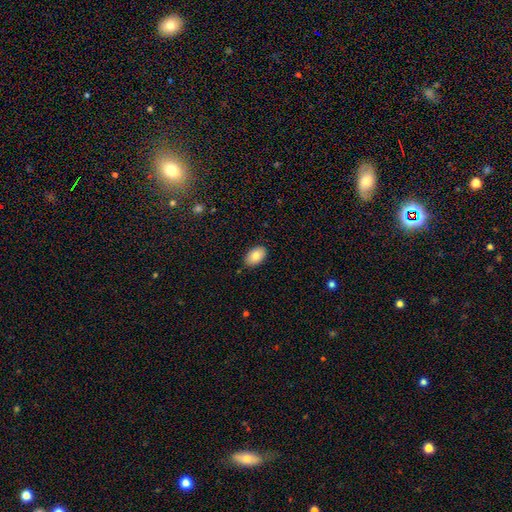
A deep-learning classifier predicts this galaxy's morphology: Smooth or featured? Predicted: smooth (p=0.84). How rounded? Predicted: in between (p=0.93). Merging? Predicted: none (p=0.86).